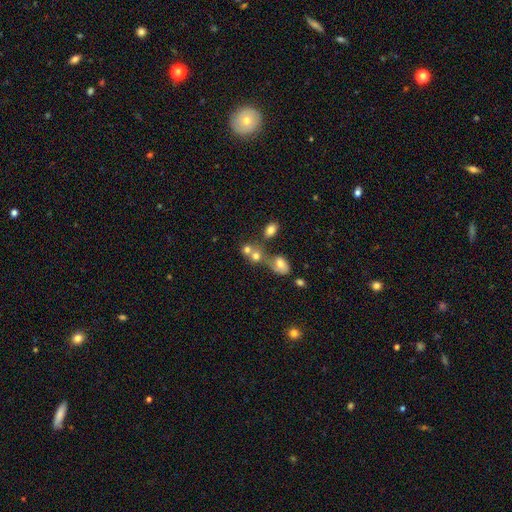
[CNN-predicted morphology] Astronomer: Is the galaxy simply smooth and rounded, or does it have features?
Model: smooth — 70%.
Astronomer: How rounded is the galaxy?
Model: round — 67%.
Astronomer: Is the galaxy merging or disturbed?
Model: merger — 54% (runner-up: none, 32%).